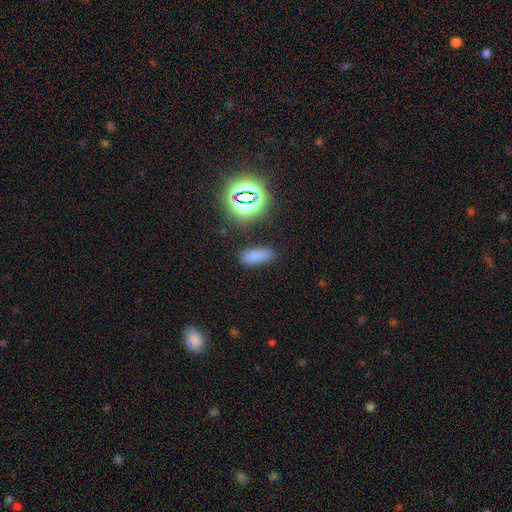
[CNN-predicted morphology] The model was most divided on "how rounded": in between: 69%, cigar-shaped: 26%, round: 4%. More confident: merging — none (82%); smooth or featured — smooth (75%).